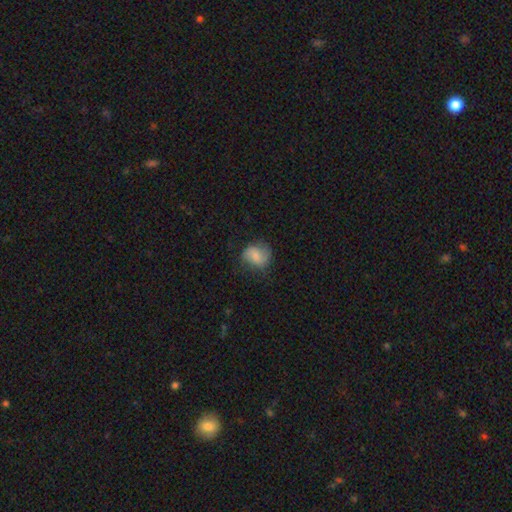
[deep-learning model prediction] Smooth or featured?
  - smooth: 67% *
  - featured or disk: 25%
  - star or artifact: 8%
How rounded?
  - round: 63% *
  - in between: 36%
  - cigar-shaped: 1%
Merging?
  - none: 64% *
  - minor disturbance: 24%
  - major disturbance: 10%
  - merger: 1%